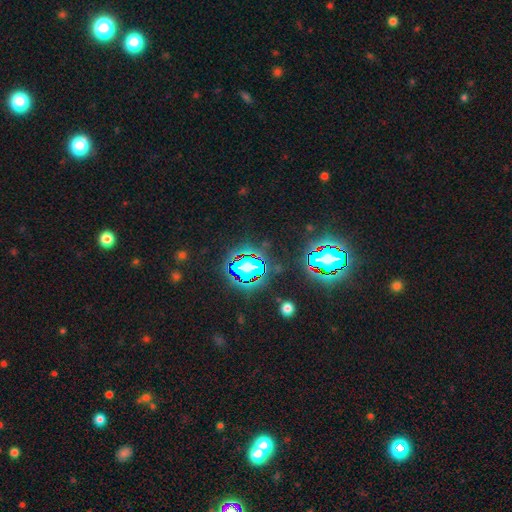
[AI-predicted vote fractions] A star or artifact, not a galaxy (82%).